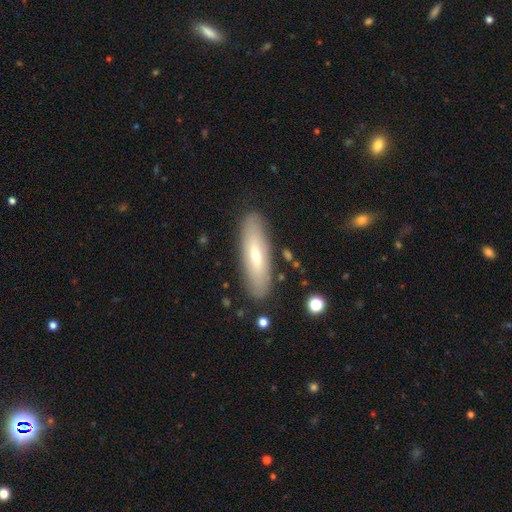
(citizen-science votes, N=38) Smooth or featured? 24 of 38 (63%) said smooth. How rounded? 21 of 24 (88%) said cigar-shaped. Merging? 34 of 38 (89%) said none.